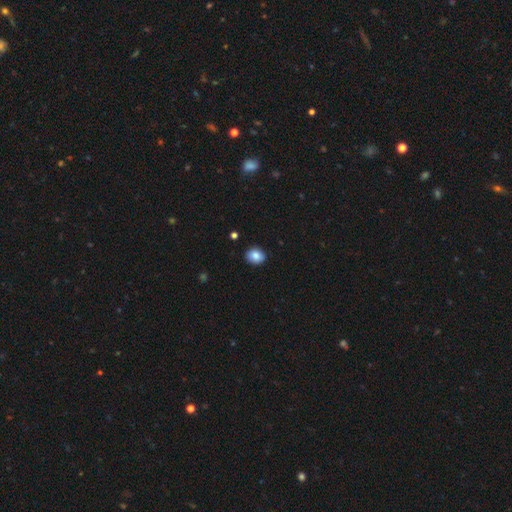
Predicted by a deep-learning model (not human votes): Overall: smooth (85%). How rounded: round (60%; in between 39%). Merging: none (89%).